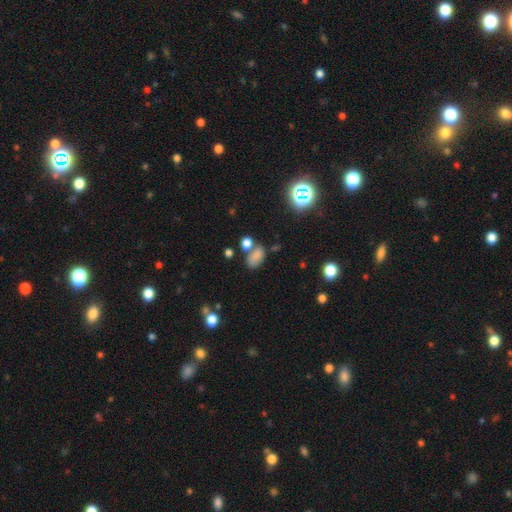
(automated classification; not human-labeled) A smooth galaxy with no disk features (76%) that is in between round and cigar-shaped (87%).

Vote fractions:
- Smooth or featured? smooth: 76% / star or artifact: 16% / featured or disk: 9%
- How rounded? in between: 87% / round: 11% / cigar-shaped: 2%
- Merging? none: 48% / merger: 25% / minor disturbance: 18% / major disturbance: 9%